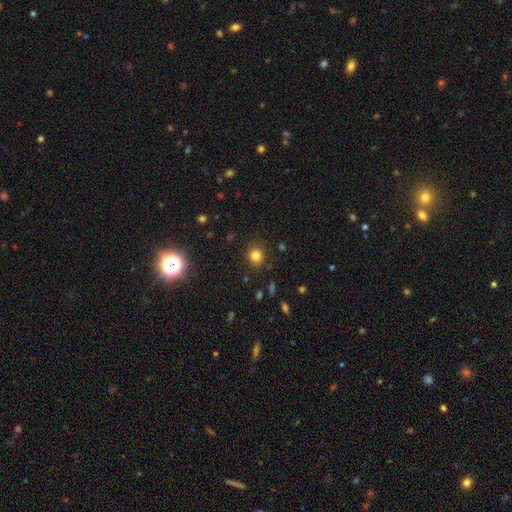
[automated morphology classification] smooth 80%, star or artifact 14%, featured or disk 6%. Down the decision tree: how rounded — round (84%); merging — none (86%).